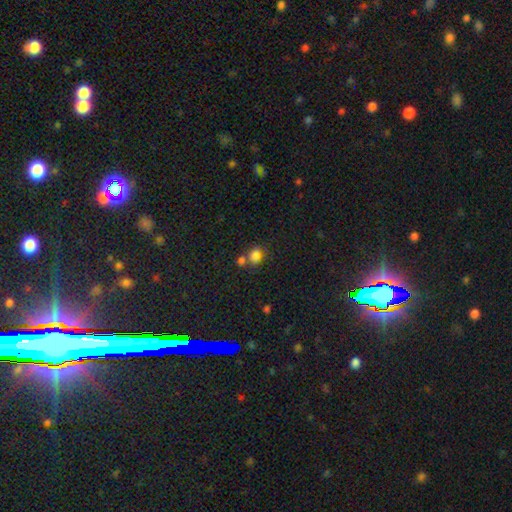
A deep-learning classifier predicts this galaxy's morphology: Q: Smooth or featured?
A: smooth (76%); runner-up: star or artifact (16%)
Q: How rounded?
A: in between (61%); runner-up: round (37%)
Q: Merging?
A: none (45%); runner-up: merger (36%)